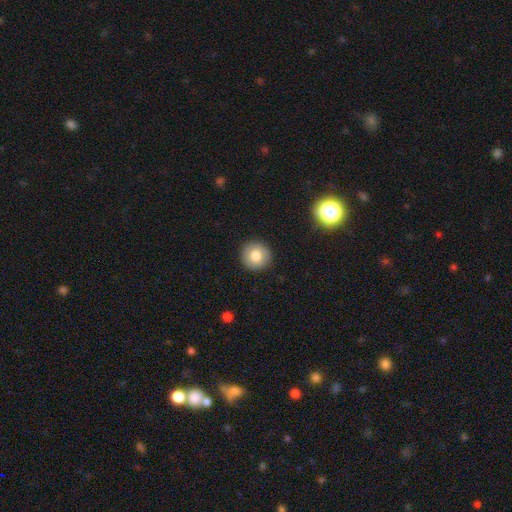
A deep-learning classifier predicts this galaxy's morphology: Smooth or featured?
  - smooth: 79% *
  - featured or disk: 11%
  - star or artifact: 9%
How rounded?
  - round: 94% *
  - in between: 5%
  - cigar-shaped: 1%
Merging?
  - none: 92% *
  - minor disturbance: 5%
  - major disturbance: 2%
  - merger: 1%